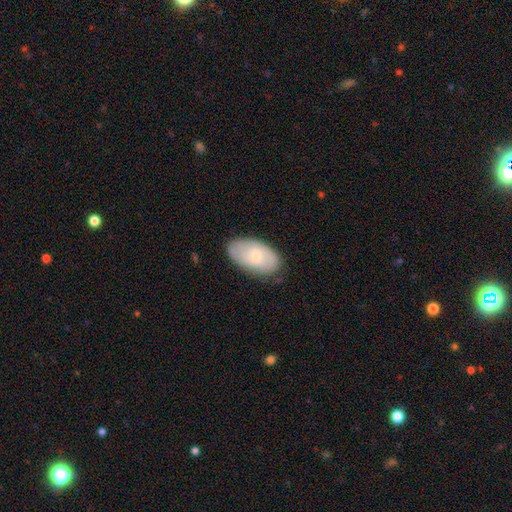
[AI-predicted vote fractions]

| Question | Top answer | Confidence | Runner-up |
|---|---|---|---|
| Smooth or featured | smooth | 56% | featured or disk (37%) |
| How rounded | in between | 94% | round (4%) |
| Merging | none | 77% | minor disturbance (18%) |